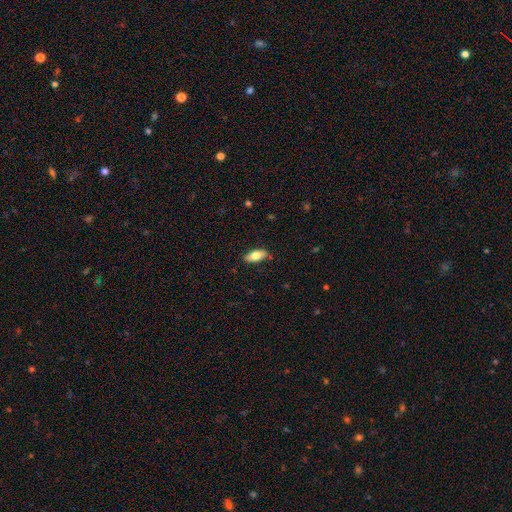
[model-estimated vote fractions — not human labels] smooth_or_featured: smooth (p=0.74) [alt: featured or disk p=0.19]
how_rounded: in between (p=0.84) [alt: cigar-shaped p=0.14]
merging: none (p=0.86) [alt: minor disturbance p=0.10]